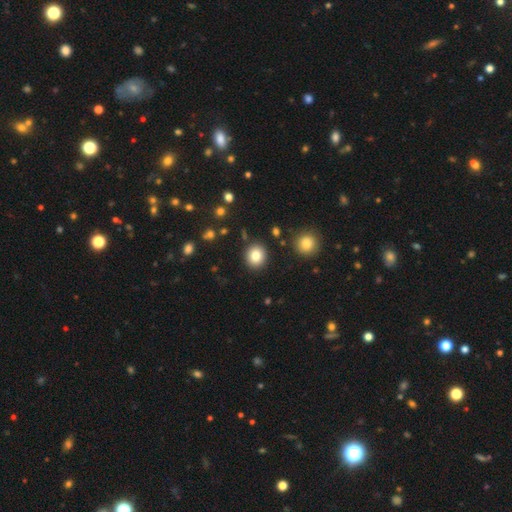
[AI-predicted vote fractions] Smooth or featured: smooth — 82% (star or artifact — 10%)
How rounded: round — 83% (in between — 16%)
Merging: none — 89% (minor disturbance — 6%)